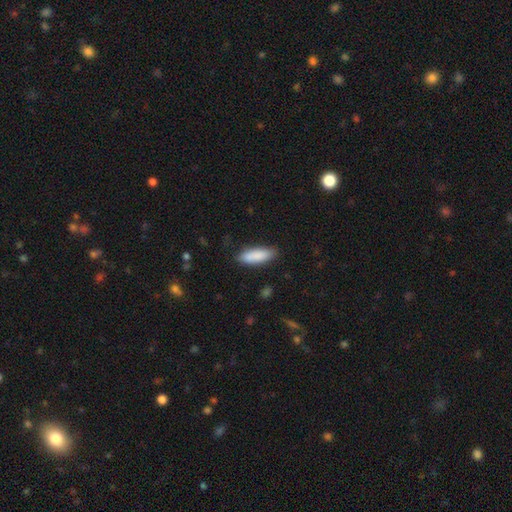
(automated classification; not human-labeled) Smooth or featured? smooth (88%)
How rounded? in between (61%)
Merging? none (84%)